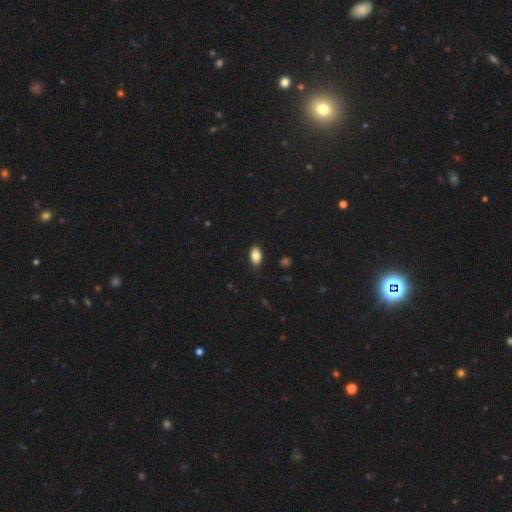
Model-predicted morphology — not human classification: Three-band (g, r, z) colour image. It shows a smooth galaxy with no disk features (85%) that is in between round and cigar-shaped (91%). Merging: none (88%).